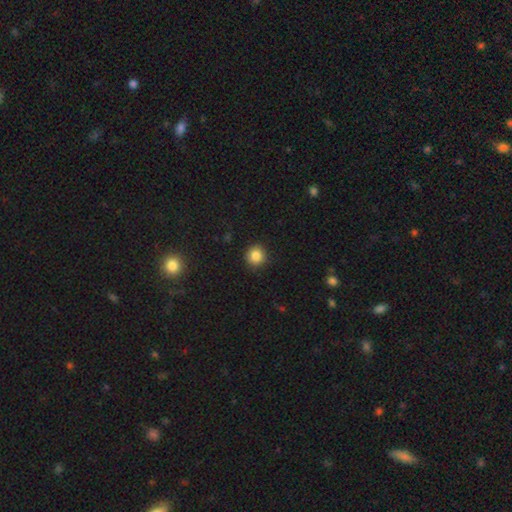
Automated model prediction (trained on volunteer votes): Smooth or featured? Predicted: smooth (p=0.85). How rounded? Predicted: round (p=0.92). Merging? Predicted: none (p=0.91).